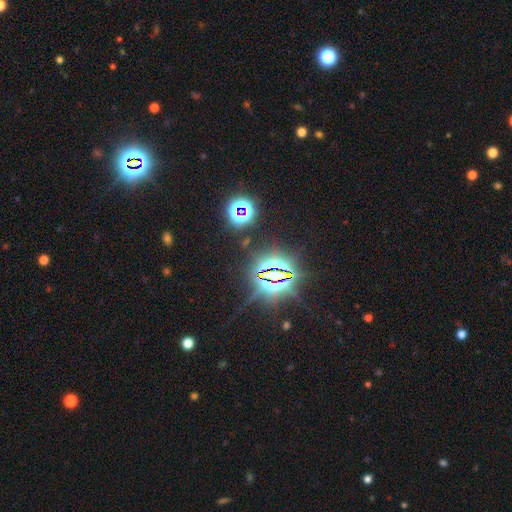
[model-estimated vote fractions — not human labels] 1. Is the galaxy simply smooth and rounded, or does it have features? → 85% star or artifact, 9% smooth, 6% featured or disk.